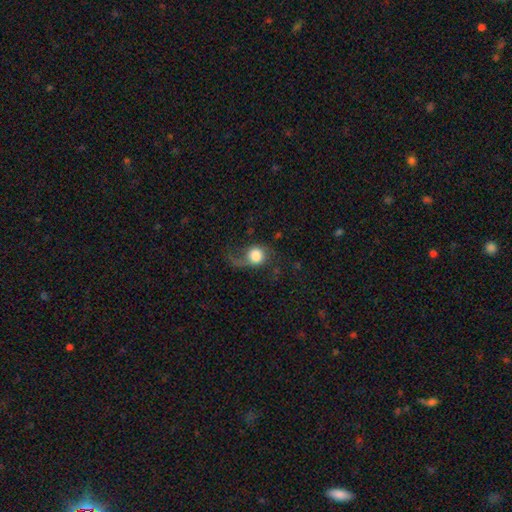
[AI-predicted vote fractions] Smooth or featured? smooth (52%)
How rounded? round (77%)
Merging? none (40%)